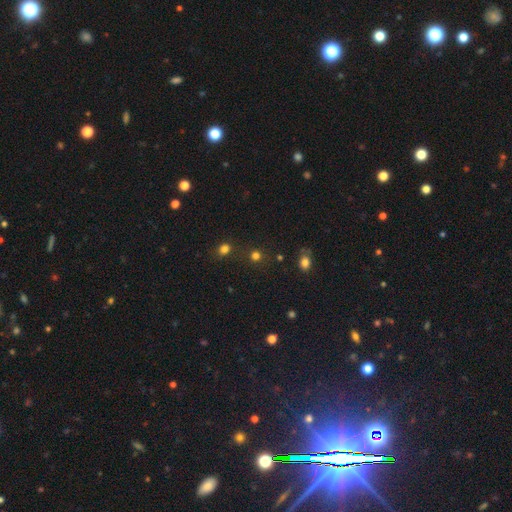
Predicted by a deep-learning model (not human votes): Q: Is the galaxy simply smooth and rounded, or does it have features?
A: smooth — 72%.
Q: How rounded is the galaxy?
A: round — 89%.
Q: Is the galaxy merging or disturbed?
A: none — 80%.